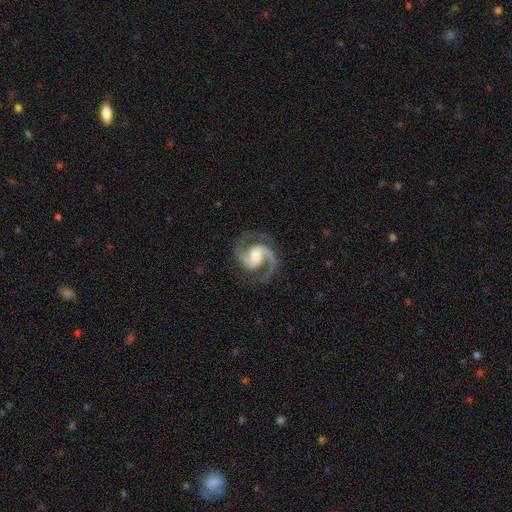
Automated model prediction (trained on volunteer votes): Smooth or featured?
  - featured or disk: 93% *
  - star or artifact: 4%
  - smooth: 3%
Edge-on disk?
  - no: 98% *
  - yes: 2%
Bar?
  - weak: 43% *
  - no: 38%
  - strong: 19%
Spiral arms?
  - yes: 99% *
  - no: 1%
Spiral winding?
  - medium: 66% *
  - tight: 21%
  - loose: 13%
Spiral arm count?
  - 2: 93% *
  - 3: 2%
  - 1: 1%
  - can't tell: 1%
  - 4: 1%
  - more than 4: 1%
Bulge size?
  - moderate: 66% *
  - small: 23%
  - large: 8%
  - none: 2%
  - dominant: 1%
Merging?
  - none: 81% *
  - minor disturbance: 13%
  - major disturbance: 5%
  - merger: 1%